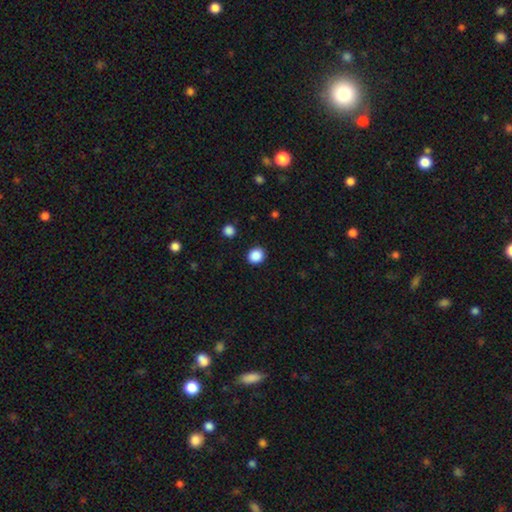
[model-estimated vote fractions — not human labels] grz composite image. It shows a smooth galaxy with no disk features (88%) that is round (79%). Merging: none (91%).